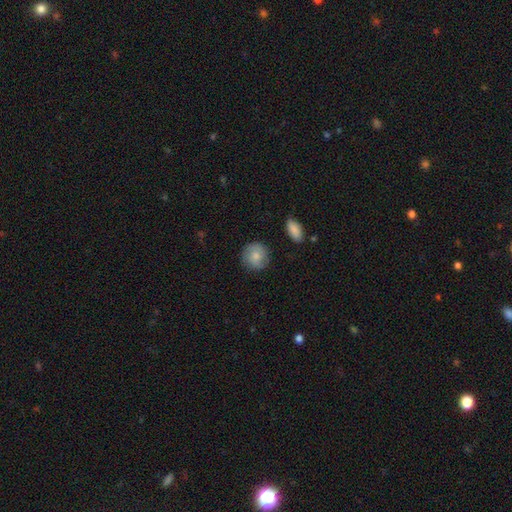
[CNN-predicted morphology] Overall: smooth (70%). How rounded: round (89%). Merging: none (83%).